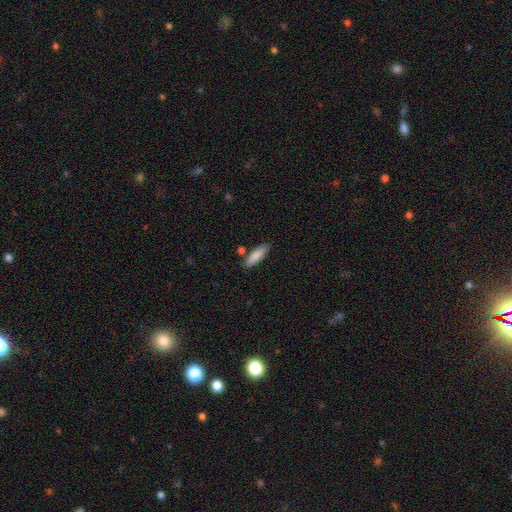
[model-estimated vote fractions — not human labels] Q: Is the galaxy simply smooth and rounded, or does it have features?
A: smooth — 85%.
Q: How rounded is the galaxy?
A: cigar-shaped — 56%.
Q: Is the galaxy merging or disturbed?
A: none — 80%.